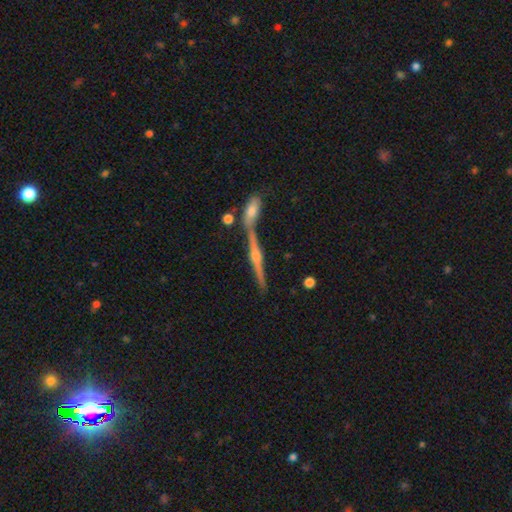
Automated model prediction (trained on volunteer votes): Smooth or featured?
  - featured or disk: 84% *
  - smooth: 9%
  - star or artifact: 7%
Edge-on disk?
  - yes: 97% *
  - no: 3%
Edge-on bulge?
  - rounded: 91% *
  - none: 5%
  - boxy: 5%
Merging?
  - none: 67% *
  - merger: 21%
  - minor disturbance: 9%
  - major disturbance: 3%